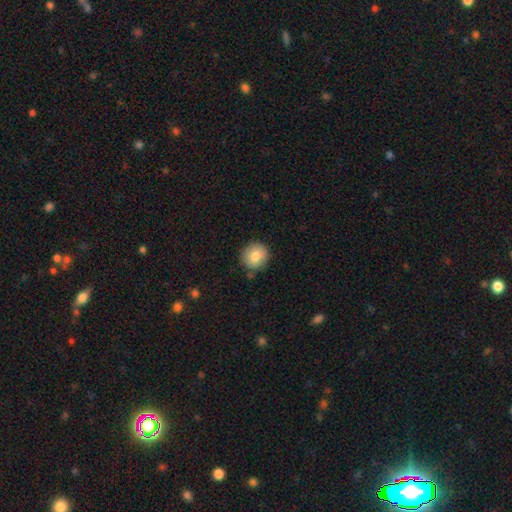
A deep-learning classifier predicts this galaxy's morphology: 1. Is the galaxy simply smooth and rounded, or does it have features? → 82% smooth, 10% featured or disk, 8% star or artifact.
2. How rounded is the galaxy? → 89% round, 10% in between, 1% cigar-shaped.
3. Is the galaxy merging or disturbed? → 86% none, 10% minor disturbance, 2% merger, 2% major disturbance.